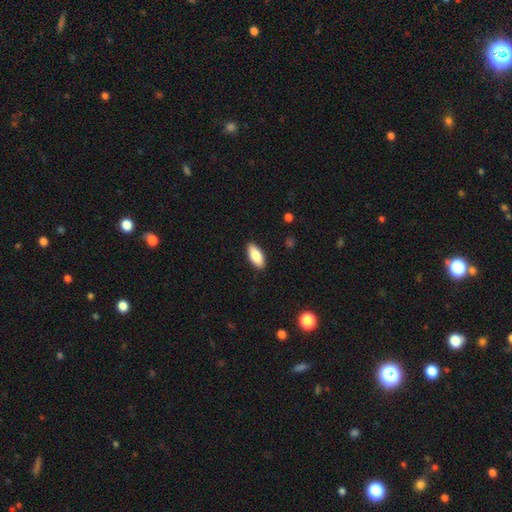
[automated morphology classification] smooth 82%, featured or disk 12%, star or artifact 6%. Down the decision tree: how rounded — in between (83%); merging — none (90%).